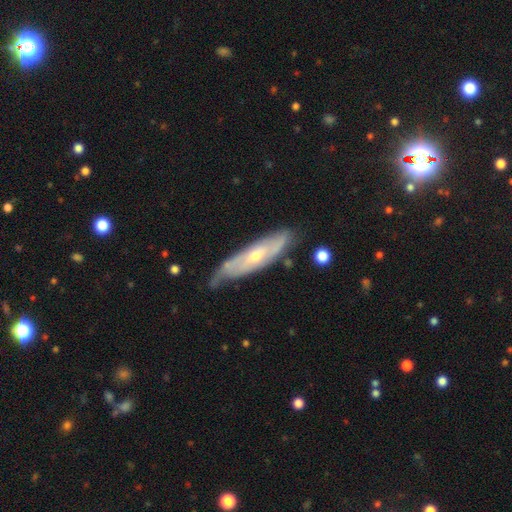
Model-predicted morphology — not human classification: Q: Smooth or featured?
A: featured or disk (71%); runner-up: smooth (24%)
Q: Edge-on disk?
A: no (65%); runner-up: yes (35%)
Q: Merging?
A: none (63%); runner-up: minor disturbance (28%)